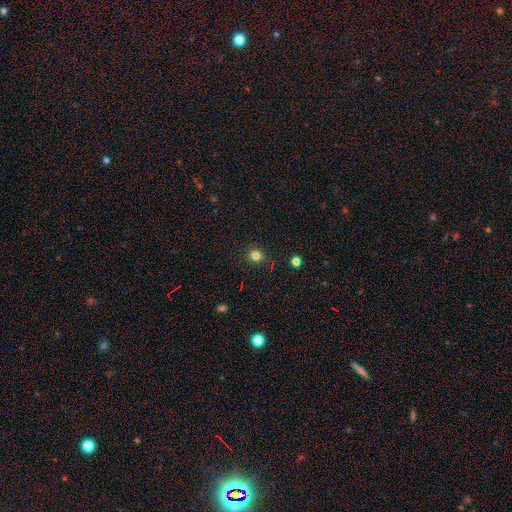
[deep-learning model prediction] The model was most divided on "smooth or featured": smooth: 79%, star or artifact: 15%, featured or disk: 6%. More confident: merging — none (90%); how rounded — round (90%).